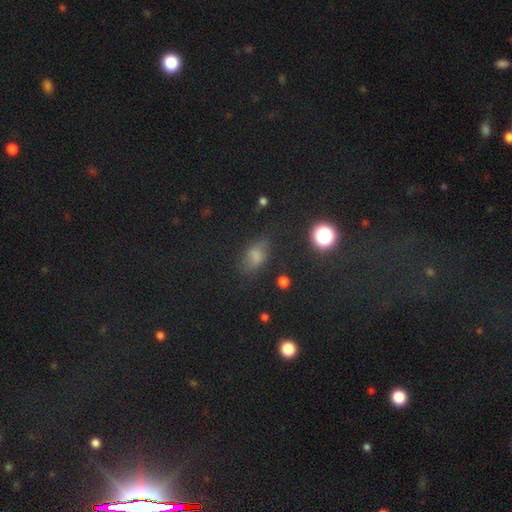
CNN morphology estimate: smooth_or_featured: smooth (p=0.62) [alt: star or artifact p=0.27]
how_rounded: in between (p=0.80) [alt: round p=0.15]
merging: none (p=0.70) [alt: minor disturbance p=0.20]